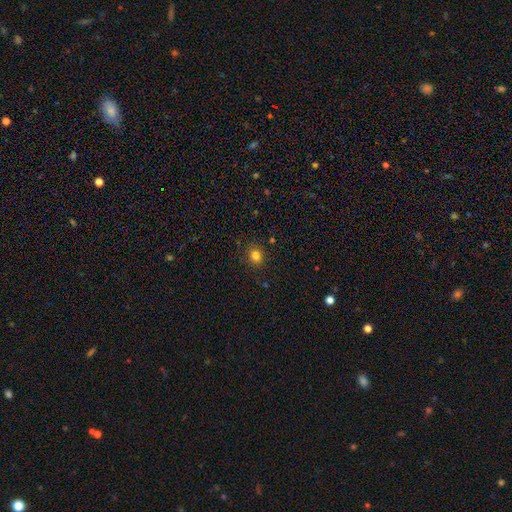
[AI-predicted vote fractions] Smooth or featured? Predicted: smooth (p=0.81). How rounded? Predicted: round (p=0.55). Merging? Predicted: none (p=0.86).